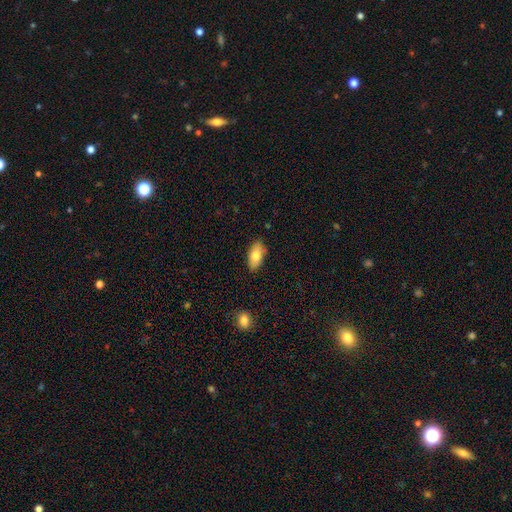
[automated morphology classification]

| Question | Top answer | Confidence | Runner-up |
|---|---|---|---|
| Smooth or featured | smooth | 79% | featured or disk (15%) |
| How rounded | in between | 92% | cigar-shaped (5%) |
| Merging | none | 86% | minor disturbance (11%) |